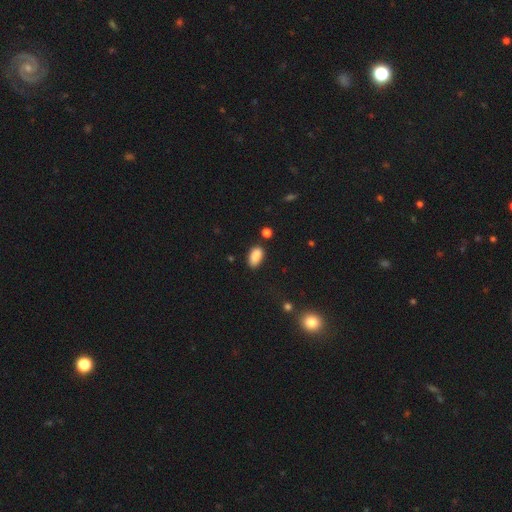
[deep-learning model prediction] Smooth or featured? smooth (89%)
How rounded? in between (93%)
Merging? none (82%)